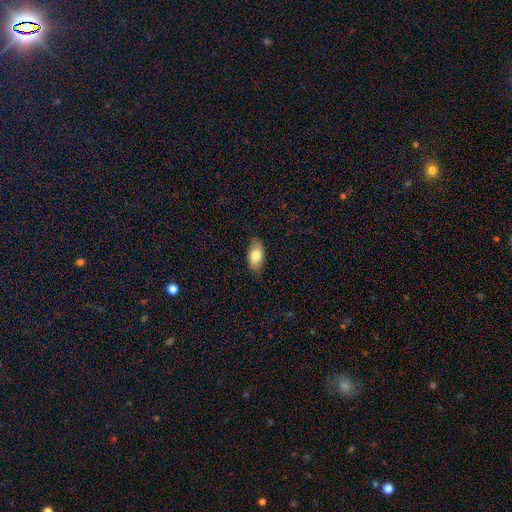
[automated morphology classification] Smooth or featured: smooth — 79% (featured or disk — 15%)
How rounded: in between — 92% (cigar-shaped — 4%)
Merging: none — 81% (minor disturbance — 15%)